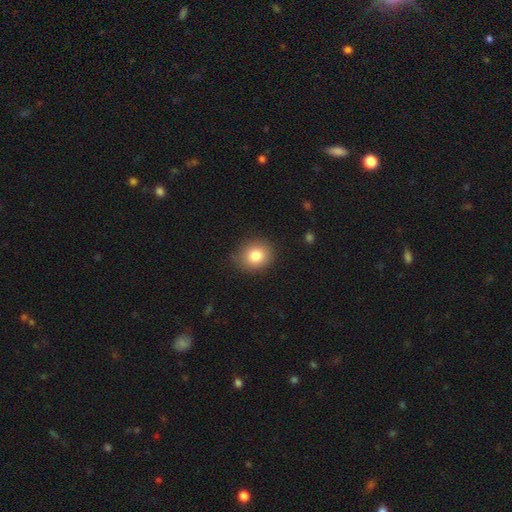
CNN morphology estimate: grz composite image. It shows a smooth galaxy with no disk features (83%) that is round (75%). Merging: none (85%).